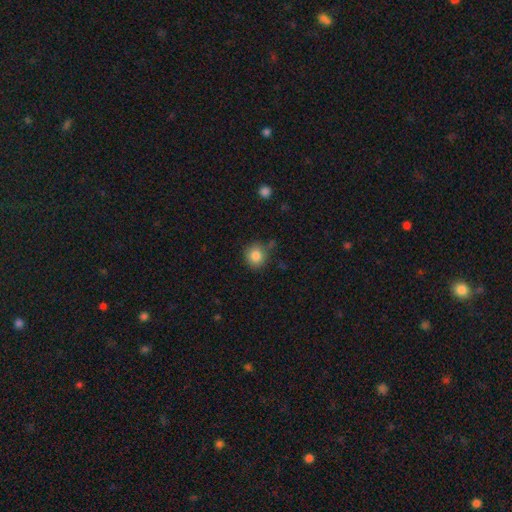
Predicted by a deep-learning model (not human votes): Smooth or featured: smooth — 84% (star or artifact — 10%)
How rounded: round — 87% (in between — 12%)
Merging: none — 76% (minor disturbance — 16%)